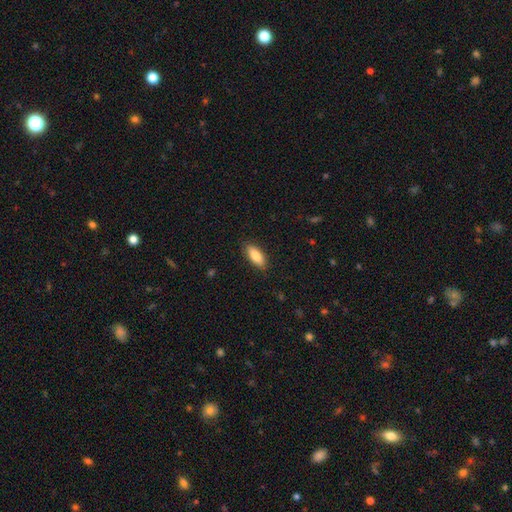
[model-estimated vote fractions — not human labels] A smooth galaxy with no disk features (85%) that is in between round and cigar-shaped (78%). Merging: none (87%).